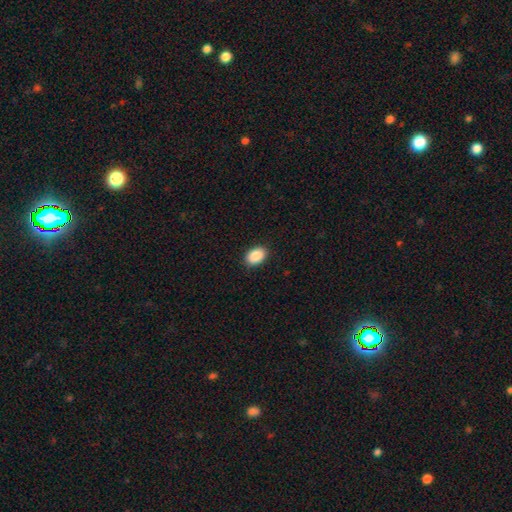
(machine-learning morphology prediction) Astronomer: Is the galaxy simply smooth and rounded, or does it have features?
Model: smooth — 91%.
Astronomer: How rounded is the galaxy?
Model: in between — 86%.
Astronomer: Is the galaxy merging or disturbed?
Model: none — 90%.